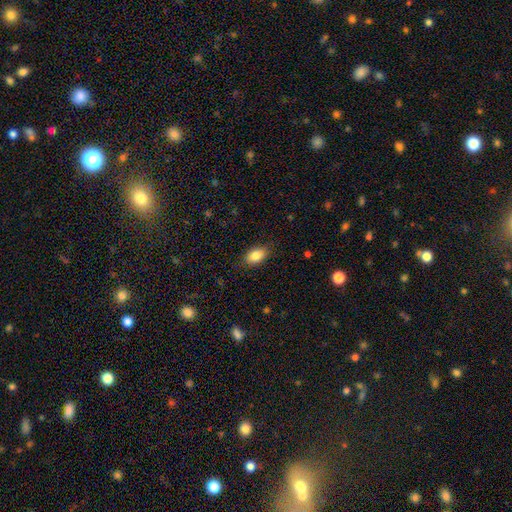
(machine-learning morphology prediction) smooth_or_featured: smooth (p=0.85) [alt: star or artifact p=0.08]
how_rounded: in between (p=0.89) [alt: round p=0.09]
merging: none (p=0.84) [alt: minor disturbance p=0.12]